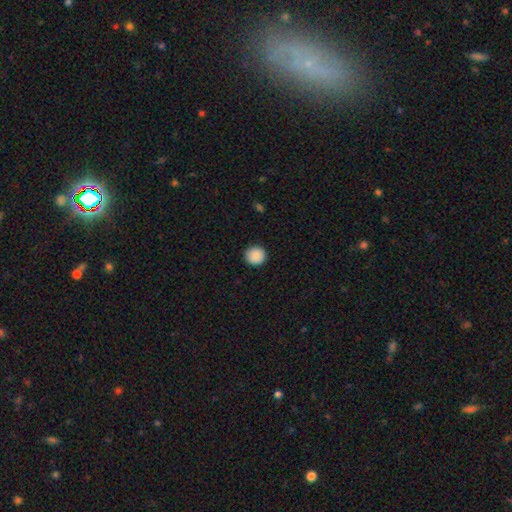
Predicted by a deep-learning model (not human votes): This appears to be a smooth galaxy with no disk features (89%) that is round (94%). Merging: none (92%).